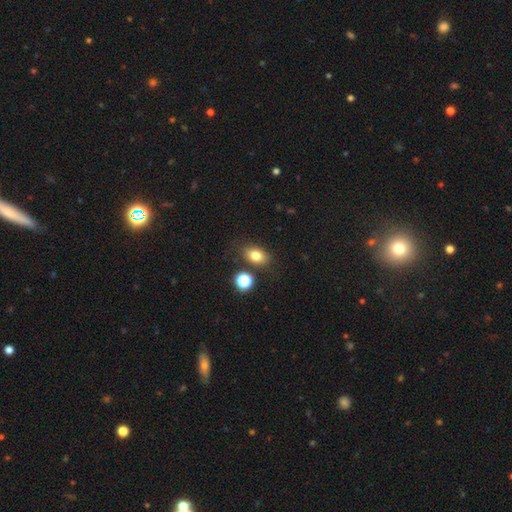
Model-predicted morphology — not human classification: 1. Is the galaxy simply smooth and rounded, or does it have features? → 79% smooth, 12% star or artifact, 9% featured or disk.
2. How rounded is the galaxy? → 78% in between, 20% round, 2% cigar-shaped.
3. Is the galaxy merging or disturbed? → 78% none, 11% minor disturbance, 7% merger, 3% major disturbance.